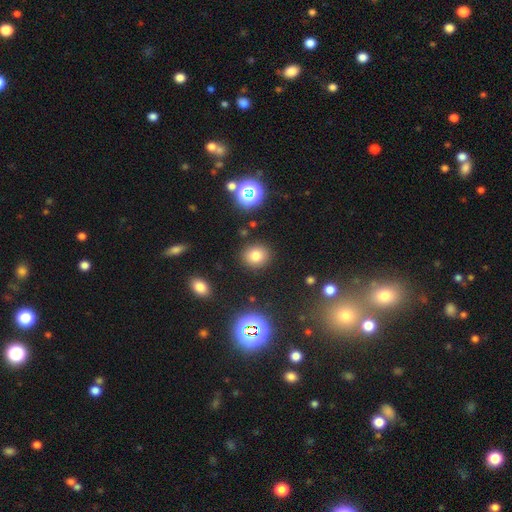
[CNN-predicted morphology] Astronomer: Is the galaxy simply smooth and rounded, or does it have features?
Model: smooth — 76%.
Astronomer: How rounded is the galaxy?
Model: round — 77%.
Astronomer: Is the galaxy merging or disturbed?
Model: none — 88%.